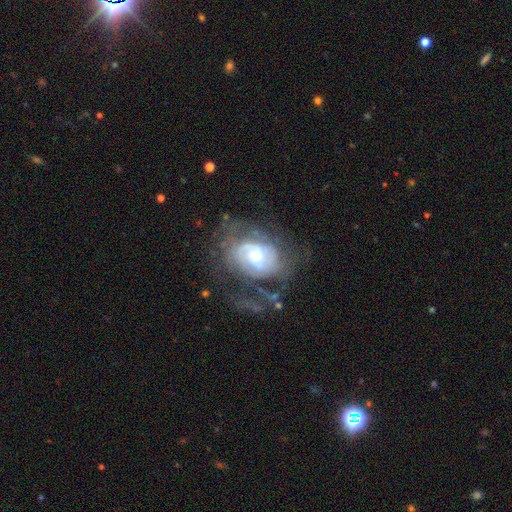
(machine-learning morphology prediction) type=featured or disk (79%); edge-on=no (97%); bar=no (64%); spiral arms=yes (84%); winding=tight (58%); arm count=can't tell (45%); bulge=moderate (53%); merging=none (50%).